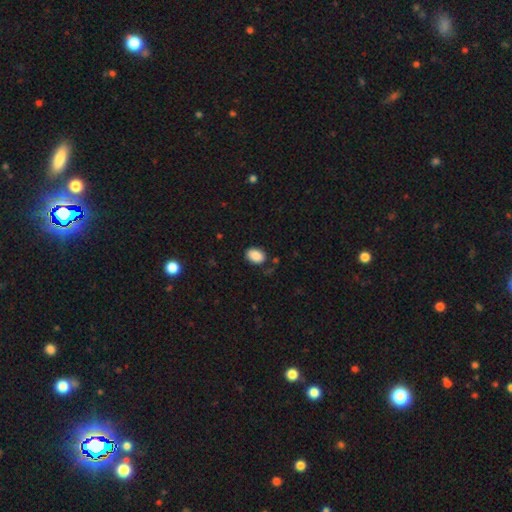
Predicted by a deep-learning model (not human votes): smooth-or-featured: smooth: 89% | star or artifact: 8% | featured or disk: 4%
  how-rounded: in between: 83% | round: 15% | cigar-shaped: 1%
  merging: none: 81% | minor disturbance: 14% | major disturbance: 3% | merger: 2%